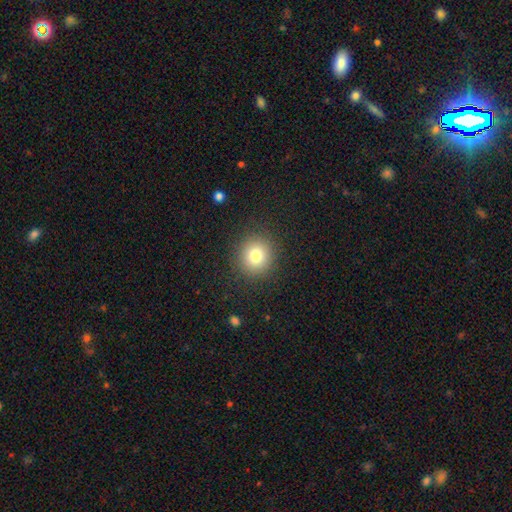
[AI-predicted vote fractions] smooth 79%, star or artifact 12%, featured or disk 9%. Down the decision tree: how rounded — round (90%); merging — none (90%).